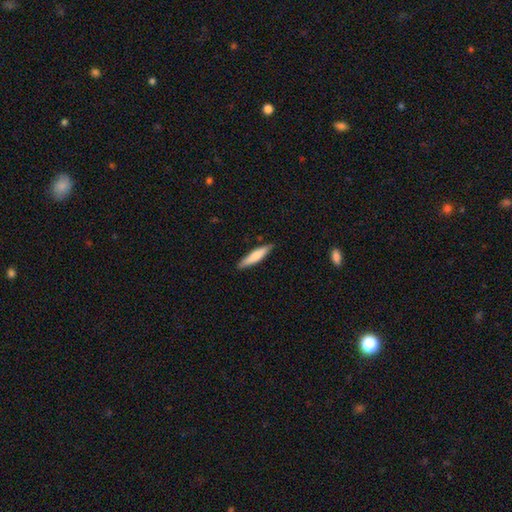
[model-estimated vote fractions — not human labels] Smooth or featured?
  - smooth: 72% *
  - featured or disk: 23%
  - star or artifact: 5%
How rounded?
  - cigar-shaped: 84% *
  - in between: 14%
  - round: 1%
Merging?
  - none: 88% *
  - minor disturbance: 10%
  - major disturbance: 2%
  - merger: 1%